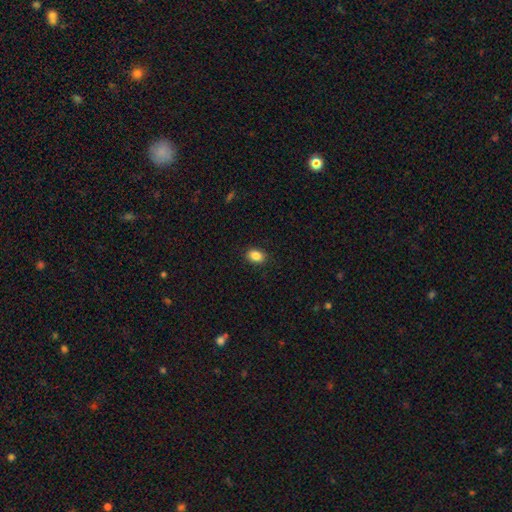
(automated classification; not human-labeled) Smooth or featured?
  - smooth: 86% *
  - star or artifact: 9%
  - featured or disk: 5%
How rounded?
  - in between: 71% *
  - round: 28%
  - cigar-shaped: 1%
Merging?
  - none: 88% *
  - minor disturbance: 9%
  - major disturbance: 2%
  - merger: 1%